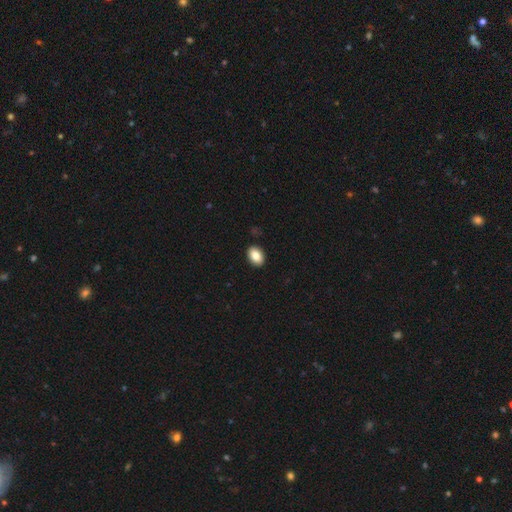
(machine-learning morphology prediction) Q: Smooth or featured?
A: smooth (85%); runner-up: star or artifact (8%)
Q: How rounded?
A: in between (84%); runner-up: round (14%)
Q: Merging?
A: none (91%); runner-up: minor disturbance (7%)